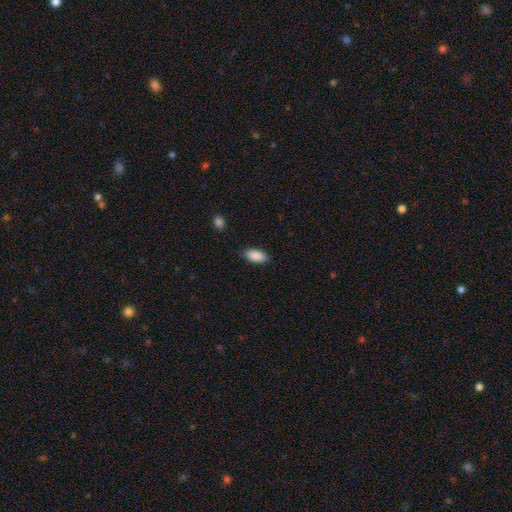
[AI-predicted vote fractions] smooth 90%, star or artifact 7%, featured or disk 4%. Down the decision tree: how rounded — in between (91%); merging — none (85%).